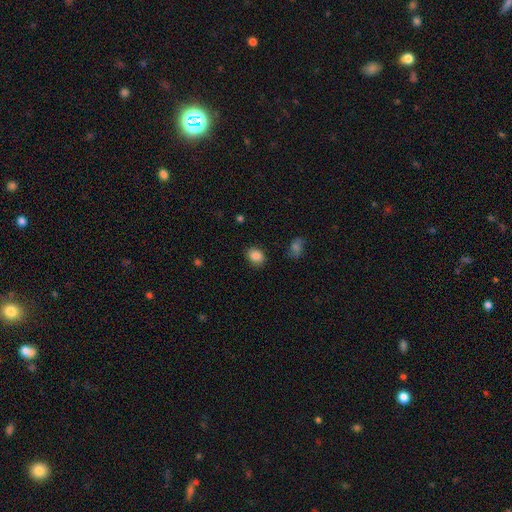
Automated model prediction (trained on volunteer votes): Smooth or featured: smooth — 86% (star or artifact — 10%)
How rounded: round — 54% (in between — 45%)
Merging: none — 86% (minor disturbance — 10%)